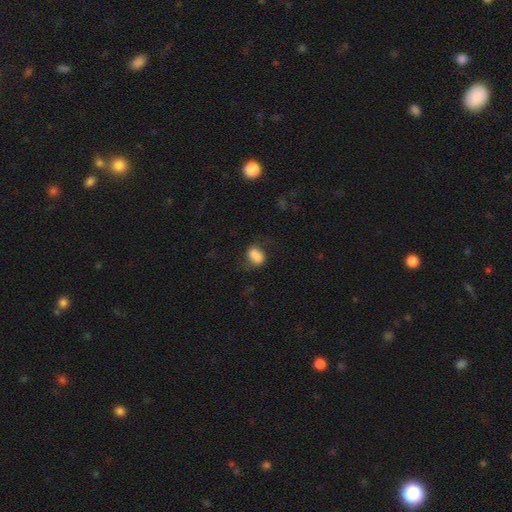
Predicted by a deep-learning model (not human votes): smooth 80%, featured or disk 11%, star or artifact 10%. Down the decision tree: how rounded — in between (82%); merging — none (54%).